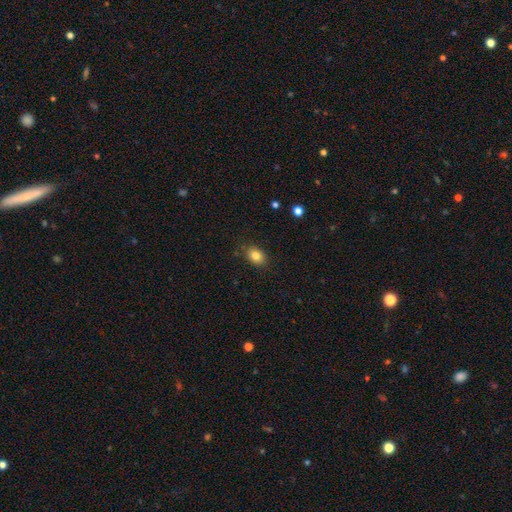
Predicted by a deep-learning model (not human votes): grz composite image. It shows a smooth galaxy with no disk features (83%) that is in between round and cigar-shaped (68%). Merging: none (85%).